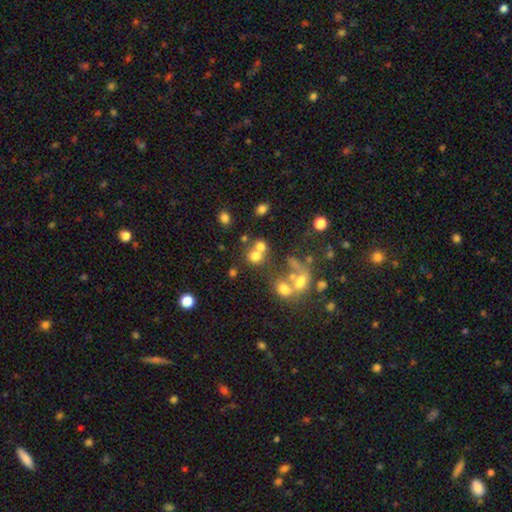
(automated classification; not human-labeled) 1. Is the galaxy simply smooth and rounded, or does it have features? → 64% smooth, 18% star or artifact, 18% featured or disk.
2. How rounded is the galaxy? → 79% round, 20% in between, 1% cigar-shaped.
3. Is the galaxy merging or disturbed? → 42% merger, 41% none, 9% minor disturbance, 8% major disturbance.